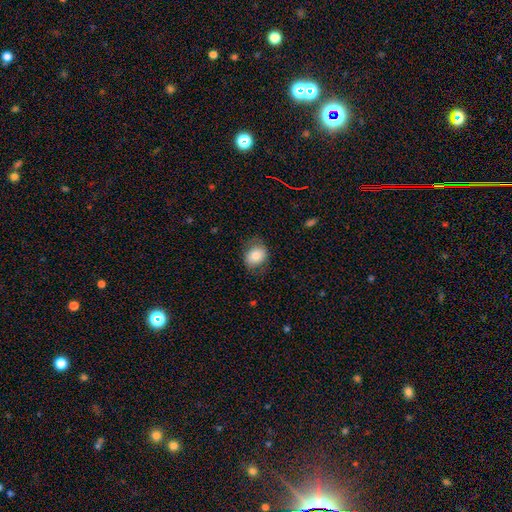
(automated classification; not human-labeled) This is likely a smooth galaxy (78%). How rounded: possibly in between (54%). Merging: likely none (71%).